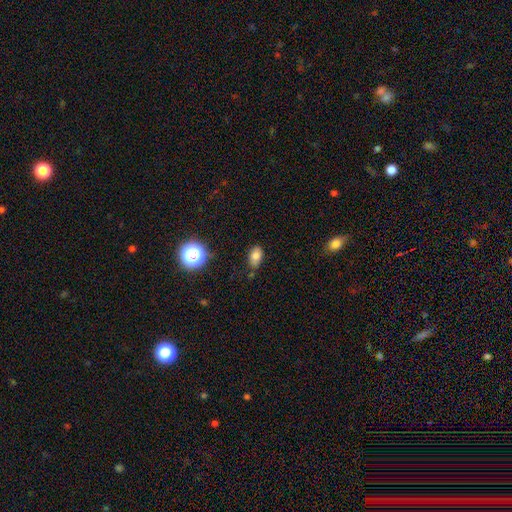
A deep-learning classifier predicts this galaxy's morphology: The model was most divided on "merging": none: 77%, minor disturbance: 17%, merger: 3%, major disturbance: 3%. More confident: how rounded — in between (86%); smooth or featured — smooth (77%).